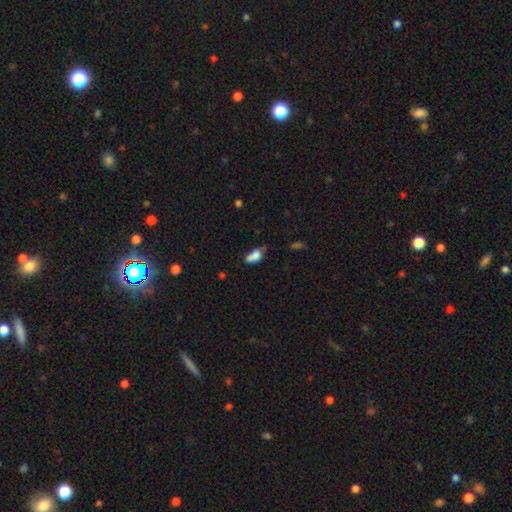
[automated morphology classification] A smooth galaxy with no disk features (75%) that is in between round and cigar-shaped (86%).

Vote fractions:
- Smooth or featured? smooth: 75% / featured or disk: 15% / star or artifact: 10%
- How rounded? in between: 86% / cigar-shaped: 8% / round: 6%
- Merging? minor disturbance: 37% / none: 34% / major disturbance: 18% / merger: 11%